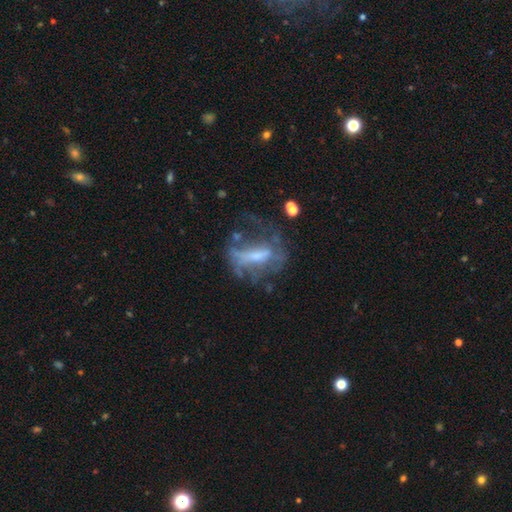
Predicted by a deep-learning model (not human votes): A featured or disk galaxy (65%) with a strong bar (39%), no spiral arms (59%) and a small central bulge (38%). Merging: major disturbance (40%).